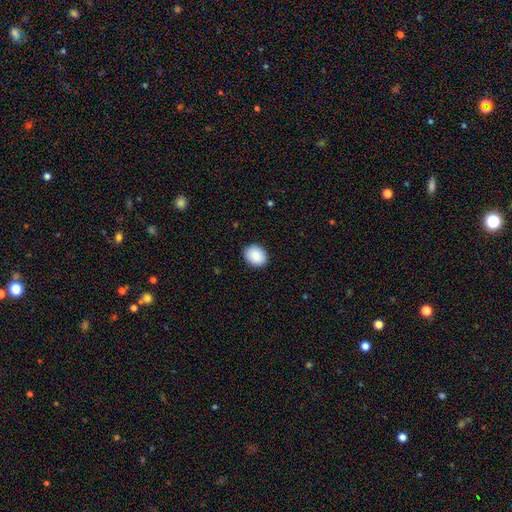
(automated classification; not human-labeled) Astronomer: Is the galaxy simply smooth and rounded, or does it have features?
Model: smooth — 89%.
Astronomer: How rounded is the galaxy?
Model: round — 54% (runner-up: in between, 46%).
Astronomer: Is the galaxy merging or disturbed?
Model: none — 90%.